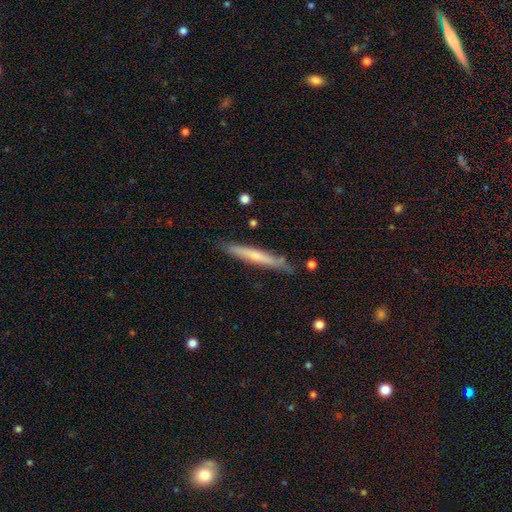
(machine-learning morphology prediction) Overall: smooth (51%; featured or disk 43%). How rounded: cigar-shaped (95%). Merging: none (84%).